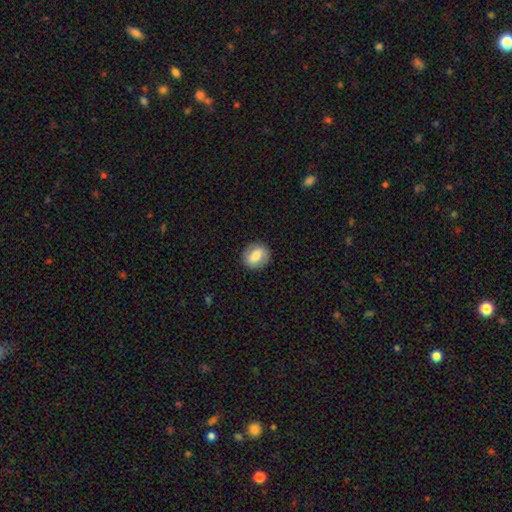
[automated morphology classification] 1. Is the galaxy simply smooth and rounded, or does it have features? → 72% smooth, 20% featured or disk, 7% star or artifact.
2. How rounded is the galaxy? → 63% round, 36% in between, 2% cigar-shaped.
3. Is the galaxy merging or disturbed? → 88% none, 9% minor disturbance, 3% major disturbance, 1% merger.